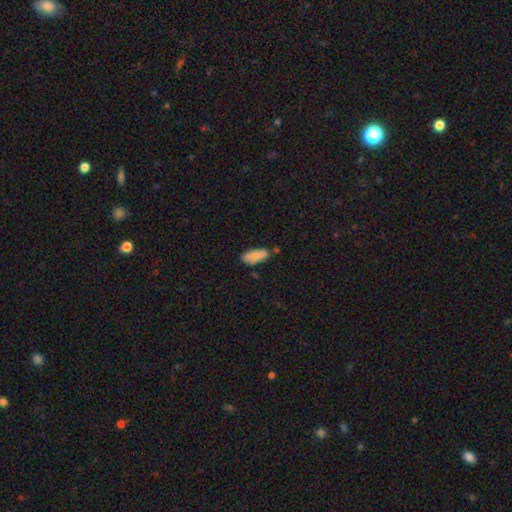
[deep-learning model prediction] Smooth or featured? smooth (83%)
How rounded? in between (73%)
Merging? none (66%)